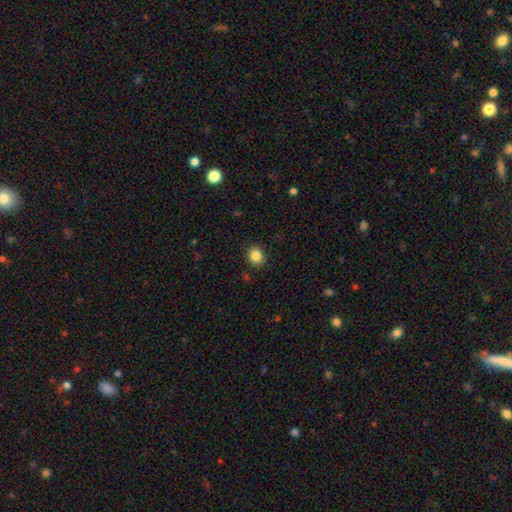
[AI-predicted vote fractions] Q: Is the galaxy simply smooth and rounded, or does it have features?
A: smooth — 85%.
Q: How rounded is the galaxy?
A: round — 75%.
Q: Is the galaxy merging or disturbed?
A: none — 90%.